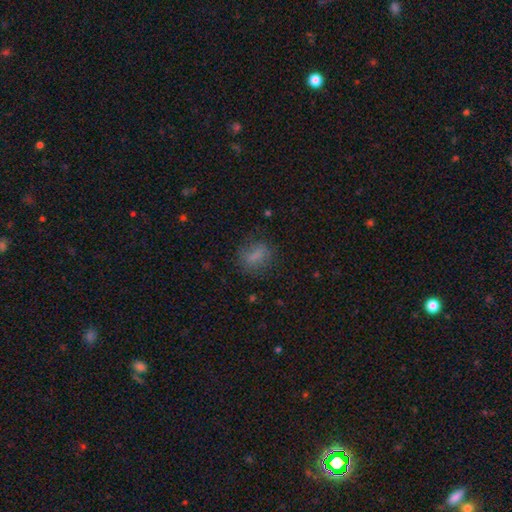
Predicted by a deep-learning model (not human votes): The model was most divided on "how rounded": in between: 59%, round: 36%, cigar-shaped: 5%. More confident: smooth or featured — smooth (75%); merging — none (74%).